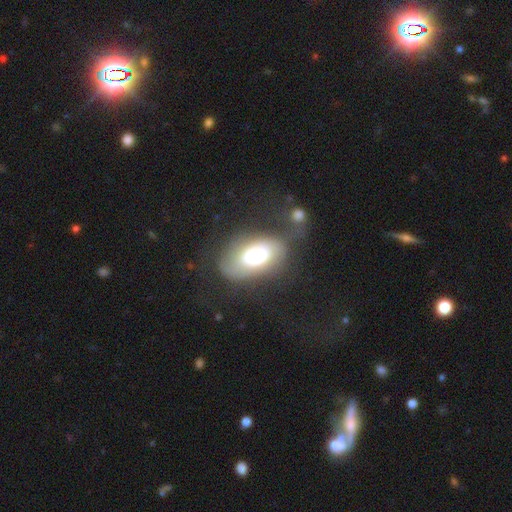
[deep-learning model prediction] This appears to be a smooth galaxy with no disk features (62%) that is in between round and cigar-shaped (91%). Merging: none (42%).